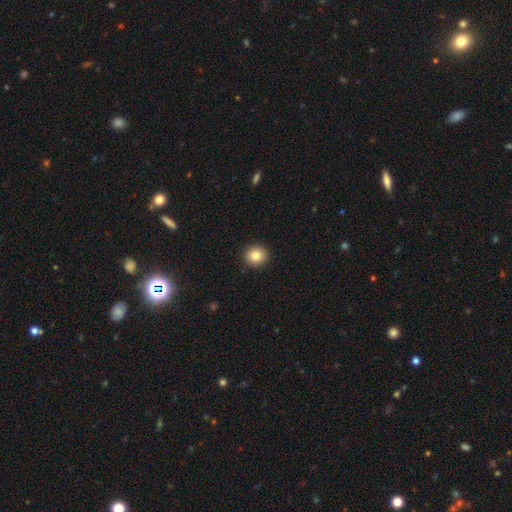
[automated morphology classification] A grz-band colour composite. It shows a smooth galaxy with no disk features (83%) that is round (88%). Merging: none (92%).